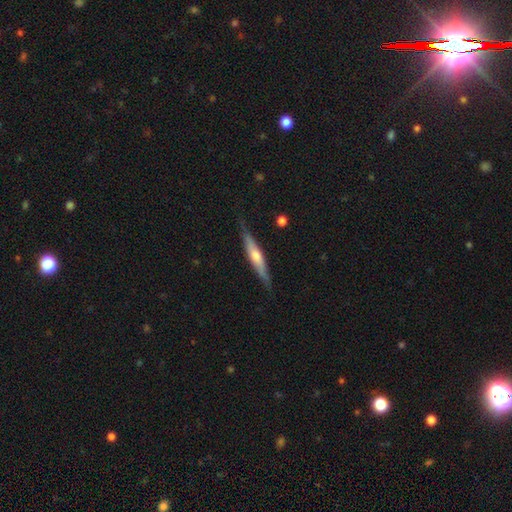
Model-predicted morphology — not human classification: Smooth or featured?
  - featured or disk: 59% *
  - smooth: 36%
  - star or artifact: 5%
Edge-on disk?
  - yes: 94% *
  - no: 6%
Edge-on bulge?
  - rounded: 76% *
  - none: 14%
  - boxy: 11%
Merging?
  - none: 82% *
  - minor disturbance: 14%
  - major disturbance: 3%
  - merger: 1%